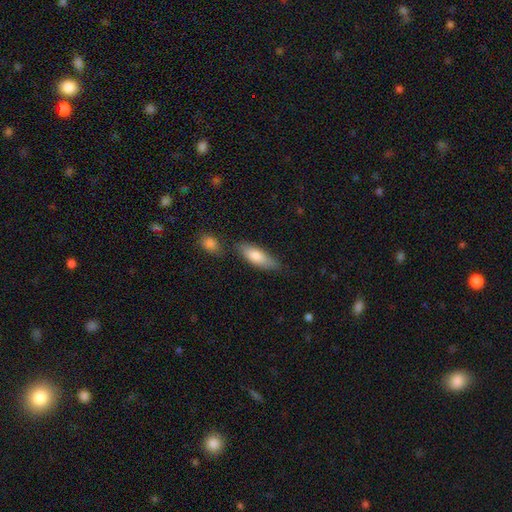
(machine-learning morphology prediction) smooth-or-featured: smooth: 76% | featured or disk: 18% | star or artifact: 6%
  how-rounded: in between: 60% | cigar-shaped: 37% | round: 2%
  merging: none: 70% | minor disturbance: 17% | merger: 9% | major disturbance: 4%